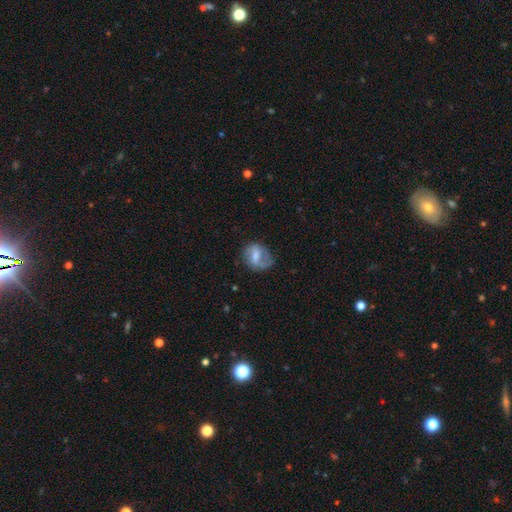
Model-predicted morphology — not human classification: This is possibly a featured or disk galaxy (52%). It is clearly not viewed edge-on (96%). Bar: possibly weak (51%). Spiral arm pattern: likely yes (74%). Central bulge: marginally moderate (42%). Merging: possibly none (55%).